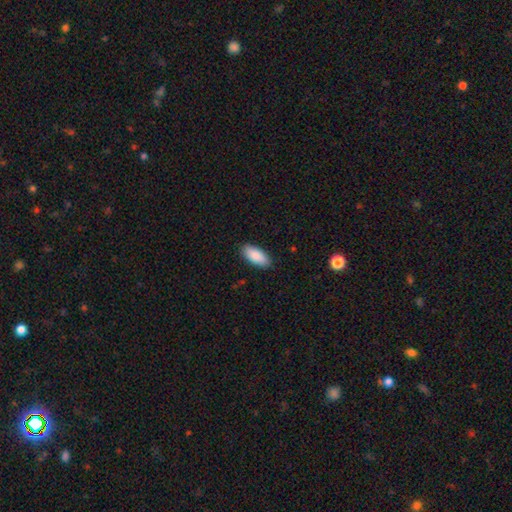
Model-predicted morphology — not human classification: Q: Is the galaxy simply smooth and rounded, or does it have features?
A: smooth — 90%.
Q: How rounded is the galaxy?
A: in between — 89%.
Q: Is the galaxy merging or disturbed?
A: none — 89%.